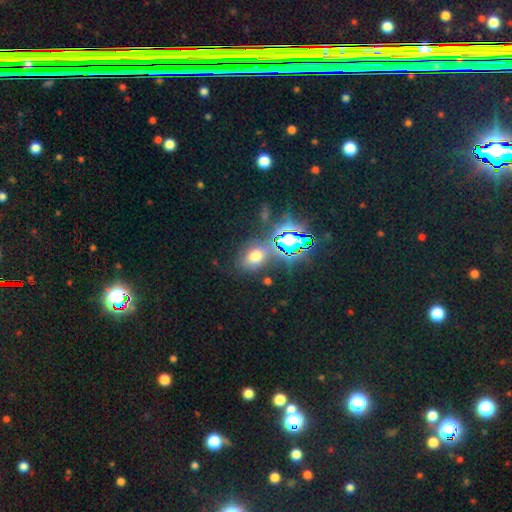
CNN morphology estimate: Q: Smooth or featured?
A: smooth (54%); runner-up: star or artifact (34%)
Q: How rounded?
A: in between (68%); runner-up: round (30%)
Q: Merging?
A: none (67%); runner-up: minor disturbance (15%)